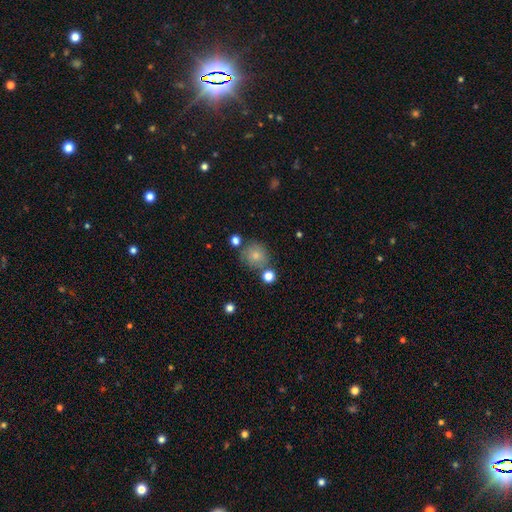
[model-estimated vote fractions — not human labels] smooth_or_featured: smooth (p=0.76) [alt: featured or disk p=0.13]
how_rounded: round (p=0.86) [alt: in between p=0.13]
merging: none (p=0.68) [alt: minor disturbance p=0.15]